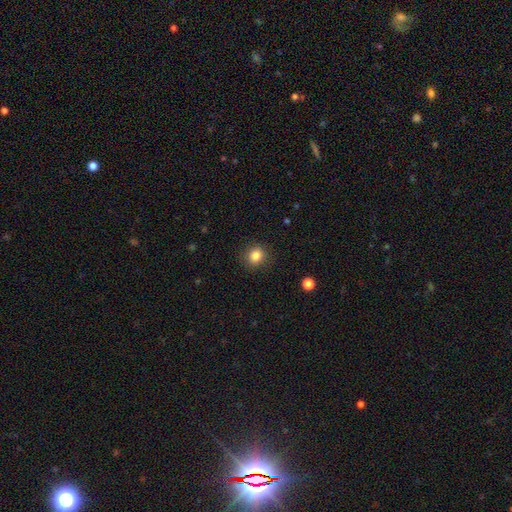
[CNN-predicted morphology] This appears to be a smooth galaxy with no disk features (84%) that is round (82%). Merging: none (89%).